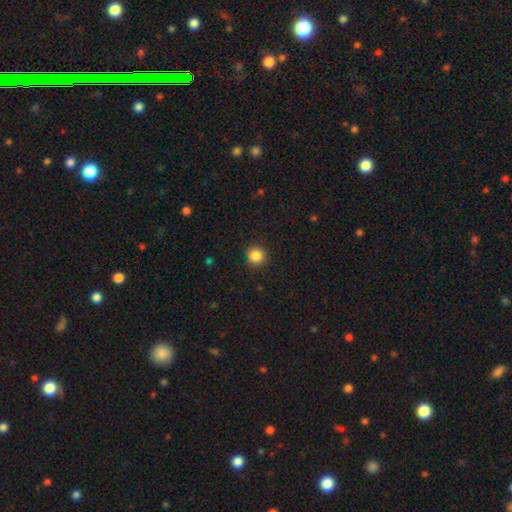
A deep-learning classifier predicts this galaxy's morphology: smooth_or_featured: smooth (p=0.86) [alt: star or artifact p=0.11]
how_rounded: round (p=0.94) [alt: in between p=0.05]
merging: none (p=0.91) [alt: minor disturbance p=0.06]